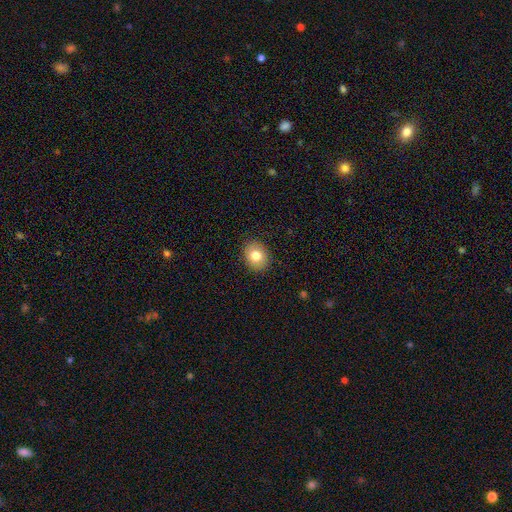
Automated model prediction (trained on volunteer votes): This is likely a smooth galaxy (79%). How rounded: possibly round (57%). Merging: clearly none (90%).